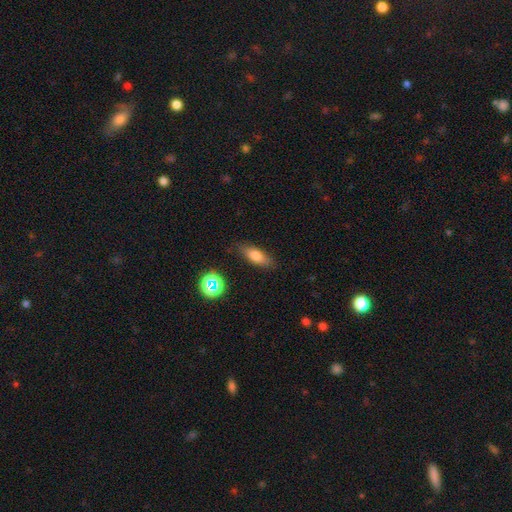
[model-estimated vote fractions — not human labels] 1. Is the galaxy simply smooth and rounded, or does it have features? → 72% smooth, 17% featured or disk, 11% star or artifact.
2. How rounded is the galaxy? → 65% in between, 30% cigar-shaped, 5% round.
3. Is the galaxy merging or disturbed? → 82% none, 13% minor disturbance, 3% major disturbance, 2% merger.